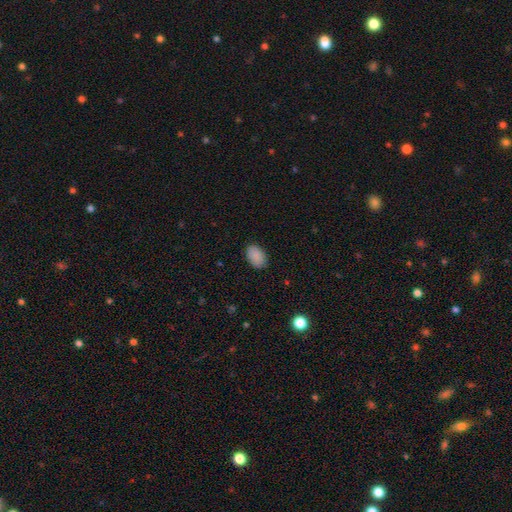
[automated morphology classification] Smooth or featured? Predicted: smooth (p=0.89). How rounded? Predicted: in between (p=0.87). Merging? Predicted: none (p=0.87).